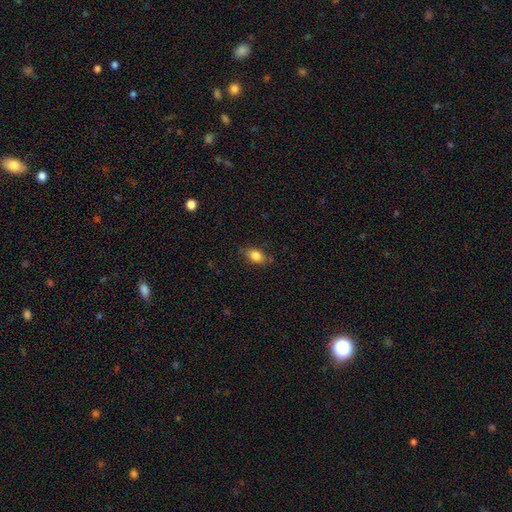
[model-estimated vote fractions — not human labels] smooth-or-featured: smooth: 83% | featured or disk: 9% | star or artifact: 9%
  how-rounded: in between: 81% | round: 15% | cigar-shaped: 4%
  merging: none: 76% | minor disturbance: 18% | major disturbance: 4% | merger: 2%